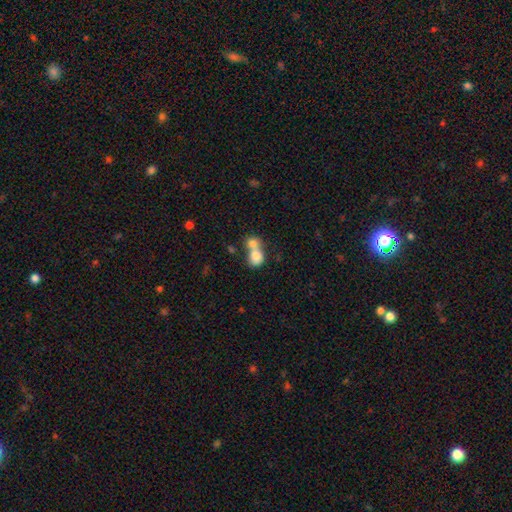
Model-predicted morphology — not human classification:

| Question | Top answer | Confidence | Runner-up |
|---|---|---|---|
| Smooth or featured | smooth | 79% | featured or disk (12%) |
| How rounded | round | 60% | in between (39%) |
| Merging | merger | 70% | none (21%) |